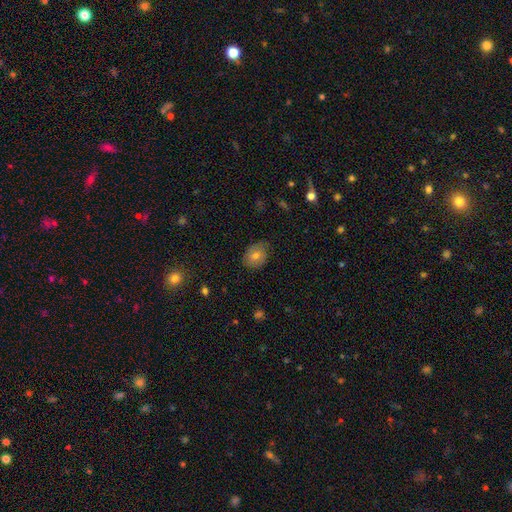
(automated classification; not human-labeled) smooth_or_featured: smooth (p=0.65) [alt: featured or disk p=0.23]
how_rounded: round (p=0.53) [alt: in between p=0.46]
merging: none (p=0.74) [alt: minor disturbance p=0.21]